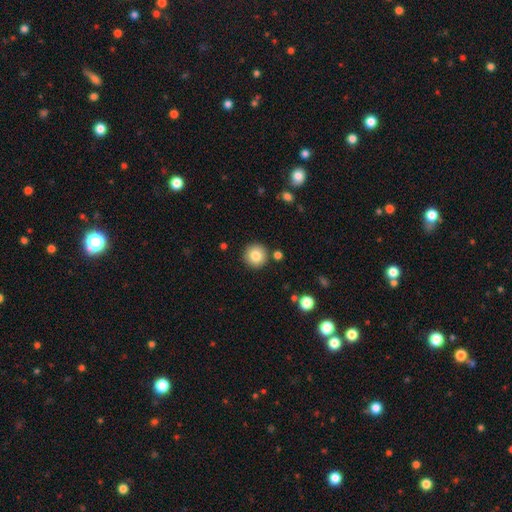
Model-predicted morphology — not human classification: smooth-or-featured: smooth: 83% | star or artifact: 9% | featured or disk: 8%
  how-rounded: round: 95% | in between: 4% | cigar-shaped: 1%
  merging: none: 88% | minor disturbance: 6% | merger: 3% | major disturbance: 2%